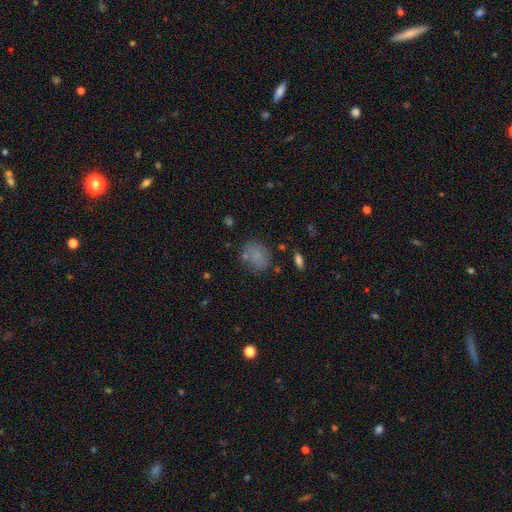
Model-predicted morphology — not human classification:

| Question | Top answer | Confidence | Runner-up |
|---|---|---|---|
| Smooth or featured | smooth | 77% | star or artifact (13%) |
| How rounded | in between | 52% | round (47%) |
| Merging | none | 71% | minor disturbance (17%) |